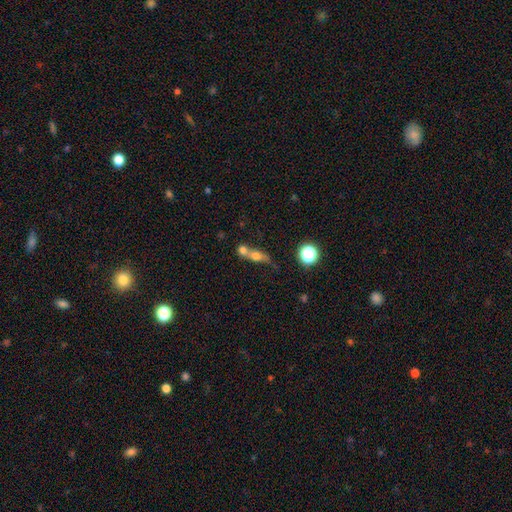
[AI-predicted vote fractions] Overall: smooth (59%; featured or disk 28%). How rounded: in between (42%; round 36%). Merging: merger (57%; none 29%).